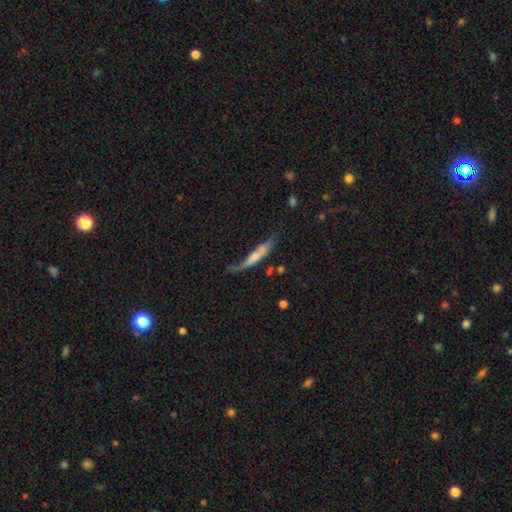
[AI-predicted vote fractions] This appears to be a smooth galaxy with no disk features (51%) that is cigar-shaped (83%). Merging: none (37%).